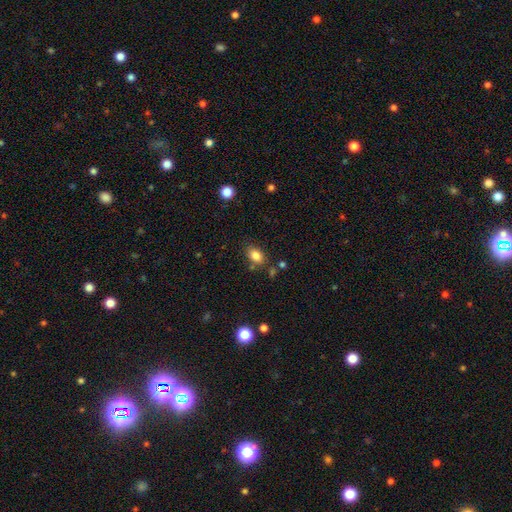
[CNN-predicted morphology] Smooth or featured?
  - smooth: 84% *
  - star or artifact: 10%
  - featured or disk: 6%
How rounded?
  - in between: 78% *
  - round: 20%
  - cigar-shaped: 1%
Merging?
  - none: 77% *
  - minor disturbance: 13%
  - merger: 6%
  - major disturbance: 4%